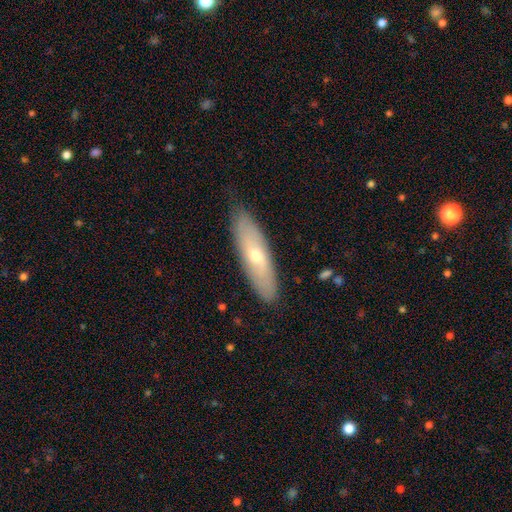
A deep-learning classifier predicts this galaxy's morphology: Overall: smooth (50%; featured or disk 43%). Merging: none (84%).